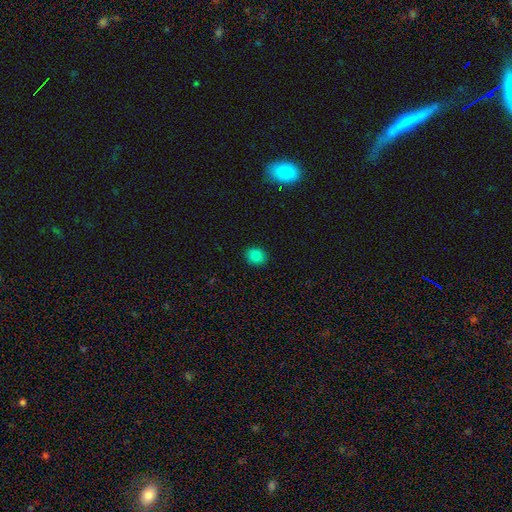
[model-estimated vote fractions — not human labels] Overall: smooth (85%). How rounded: round (57%; in between 42%). Merging: none (89%).